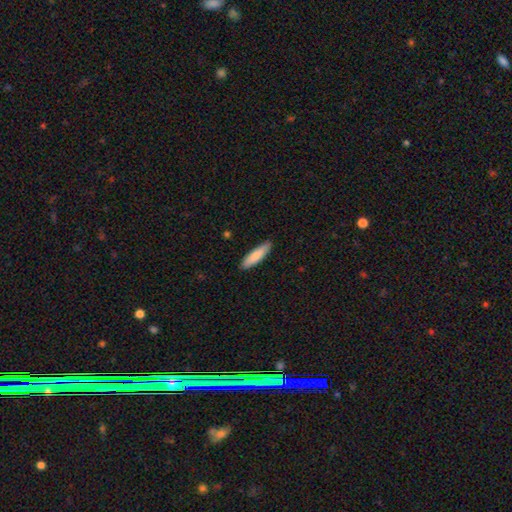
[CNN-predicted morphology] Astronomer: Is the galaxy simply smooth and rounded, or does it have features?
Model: smooth — 82%.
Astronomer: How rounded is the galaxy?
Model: cigar-shaped — 67%.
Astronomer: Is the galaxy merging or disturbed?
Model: none — 89%.